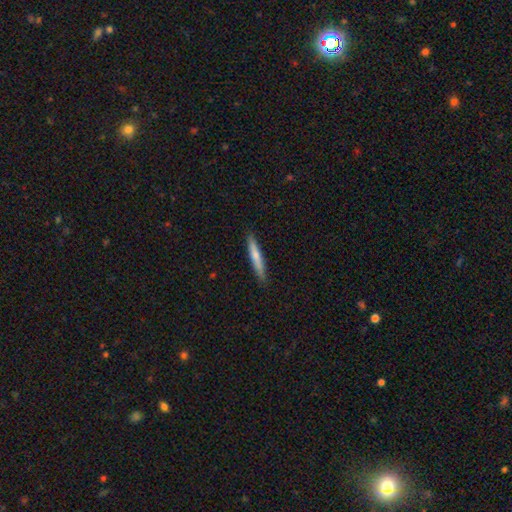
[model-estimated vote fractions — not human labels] The model was most divided on "smooth or featured": smooth: 67%, featured or disk: 27%, star or artifact: 5%. More confident: how rounded — cigar-shaped (94%); merging — none (89%).